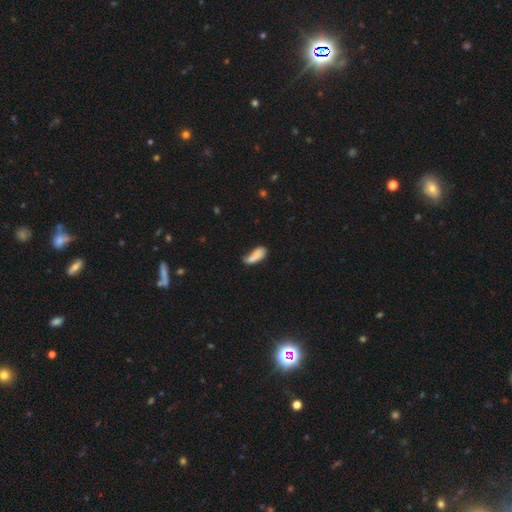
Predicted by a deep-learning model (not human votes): Overall: smooth (76%). How rounded: in between (74%). Merging: none (34%; minor disturbance 29%).